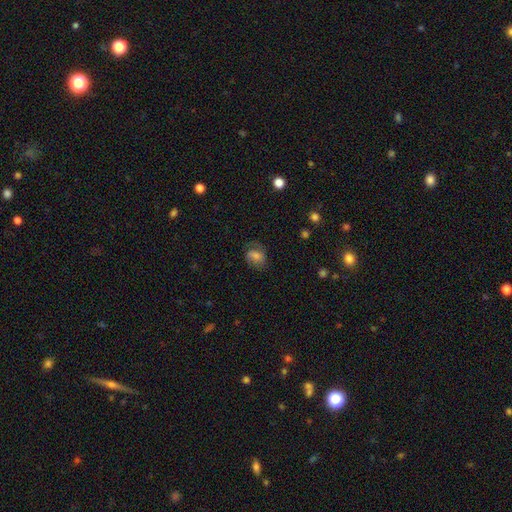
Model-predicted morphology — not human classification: Q: Smooth or featured?
A: smooth (59%); runner-up: featured or disk (31%)
Q: How rounded?
A: in between (57%); runner-up: round (42%)
Q: Merging?
A: none (62%); runner-up: minor disturbance (23%)